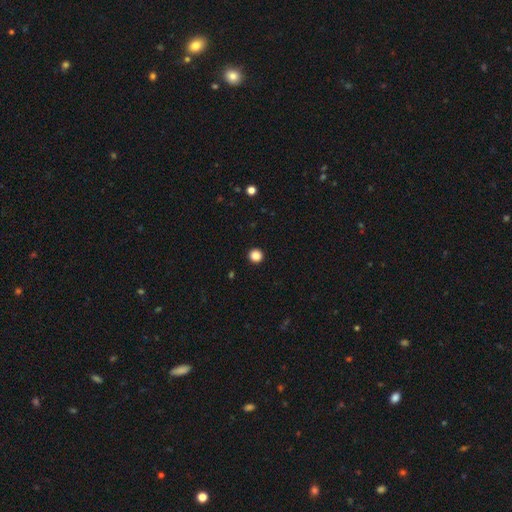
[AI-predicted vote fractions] smooth-or-featured: smooth: 86% | star or artifact: 11% | featured or disk: 3%
  how-rounded: round: 95% | in between: 4% | cigar-shaped: 1%
  merging: none: 94% | minor disturbance: 4% | major disturbance: 1% | merger: 1%